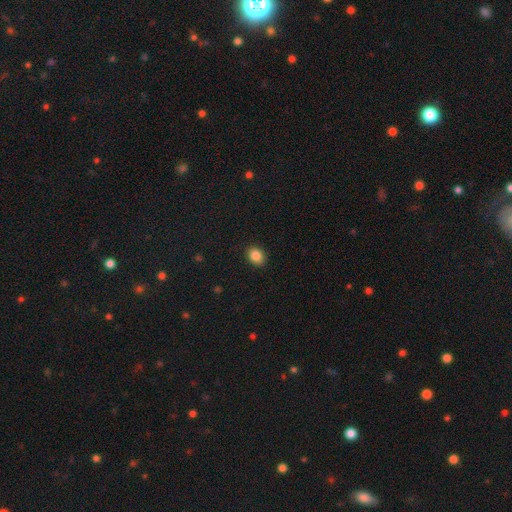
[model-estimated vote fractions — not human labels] Morphology: type=smooth (86%); roundness=in between (56%); merging=none (89%).